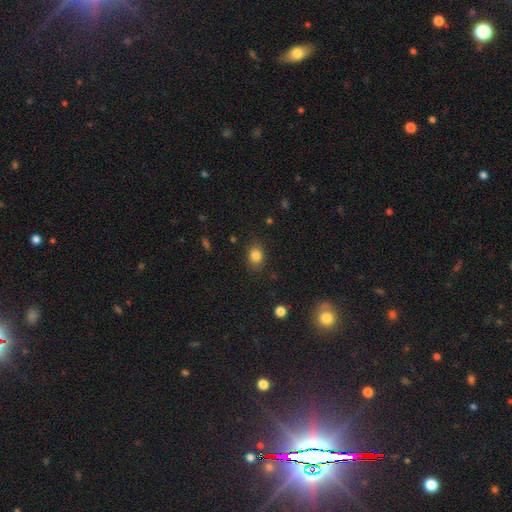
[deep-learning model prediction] Smooth or featured? smooth (83%)
How rounded? in between (50%)
Merging? none (84%)